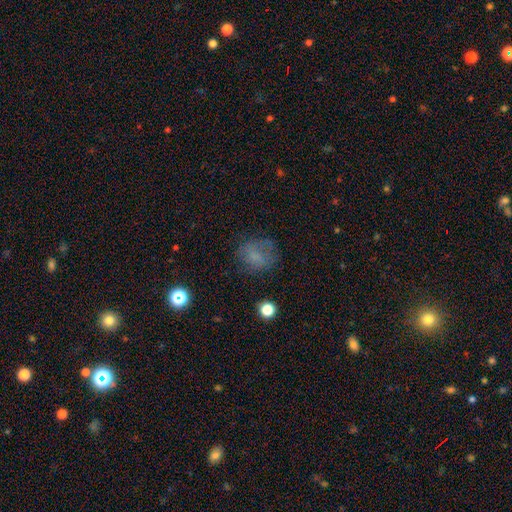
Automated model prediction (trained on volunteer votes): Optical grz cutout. It shows a smooth galaxy with no disk features (64%) that is round (64%). Merging: none (63%).